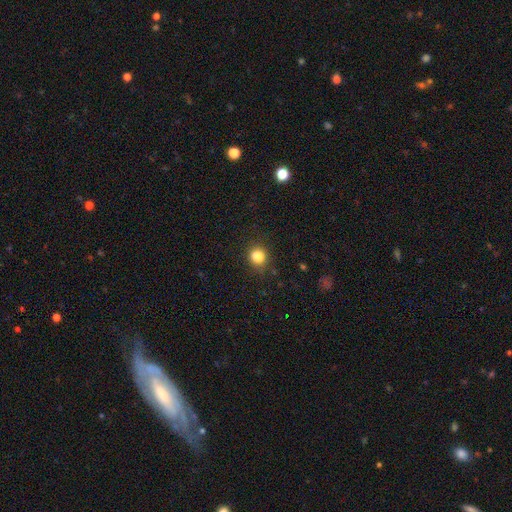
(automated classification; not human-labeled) smooth_or_featured: smooth (p=0.82) [alt: star or artifact p=0.12]
how_rounded: round (p=0.72) [alt: in between p=0.26]
merging: none (p=0.71) [alt: minor disturbance p=0.15]